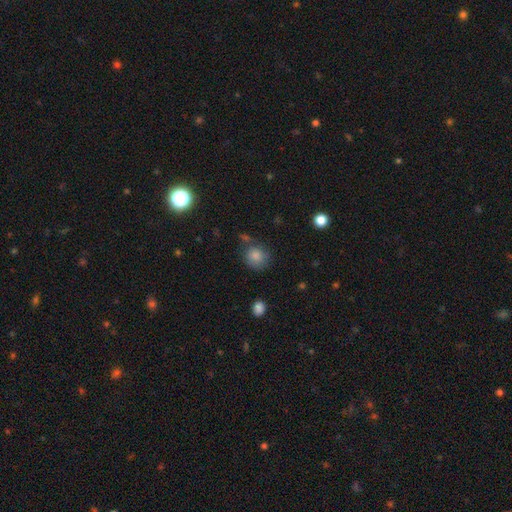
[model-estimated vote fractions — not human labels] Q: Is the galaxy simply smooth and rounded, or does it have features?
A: smooth — 84%.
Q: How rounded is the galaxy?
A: round — 83%.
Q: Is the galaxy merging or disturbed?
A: none — 67%.